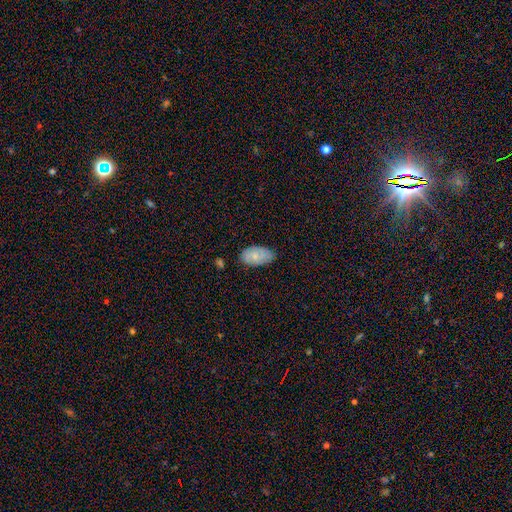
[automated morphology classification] Smooth or featured? smooth (66%)
How rounded? in between (94%)
Merging? none (72%)